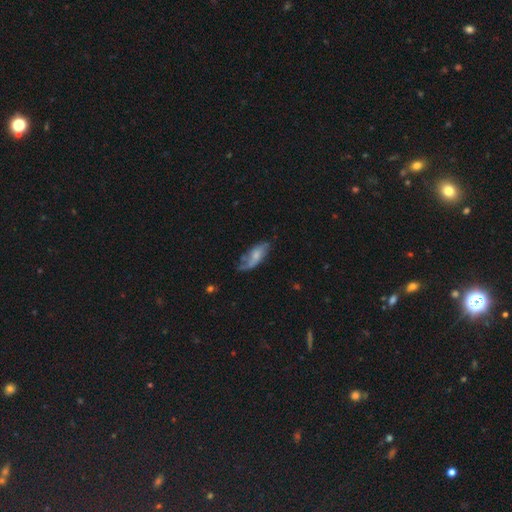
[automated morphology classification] This appears to be a smooth galaxy with no disk features (49%). Merging: none (45%).